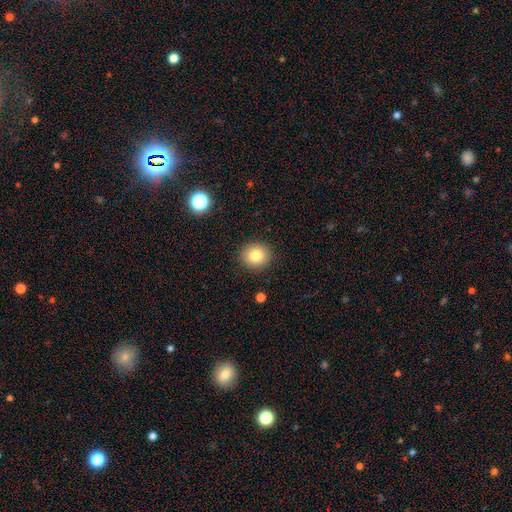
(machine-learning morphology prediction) Smooth or featured?
  - smooth: 81% *
  - star or artifact: 10%
  - featured or disk: 8%
How rounded?
  - round: 86% *
  - in between: 14%
  - cigar-shaped: 1%
Merging?
  - none: 90% *
  - minor disturbance: 6%
  - major disturbance: 2%
  - merger: 1%